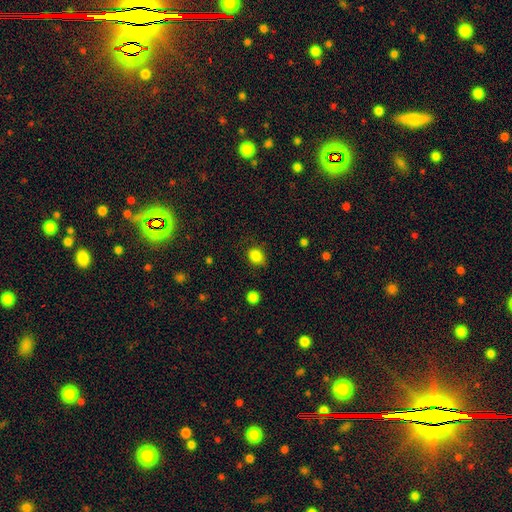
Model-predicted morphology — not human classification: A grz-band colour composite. It shows a smooth galaxy with no disk features (85%) that is in between round and cigar-shaped (53%). Merging: none (75%).